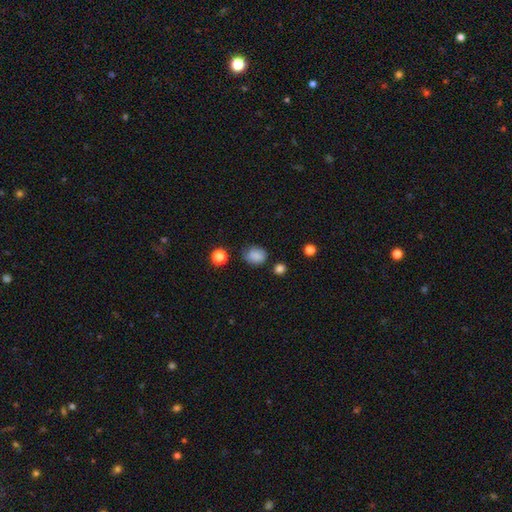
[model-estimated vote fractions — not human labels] smooth-or-featured: smooth: 83% | star or artifact: 11% | featured or disk: 6%
  how-rounded: round: 50% | in between: 49% | cigar-shaped: 1%
  merging: none: 70% | minor disturbance: 22% | major disturbance: 5% | merger: 3%